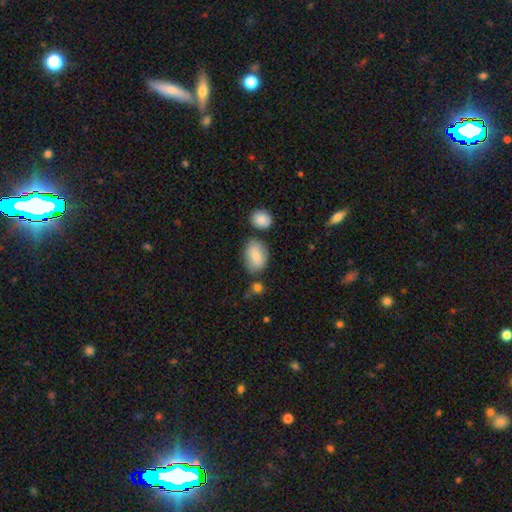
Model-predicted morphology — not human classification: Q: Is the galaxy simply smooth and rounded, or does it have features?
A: smooth — 74%.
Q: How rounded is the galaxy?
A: in between — 81%.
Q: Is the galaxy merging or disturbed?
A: none — 66%.